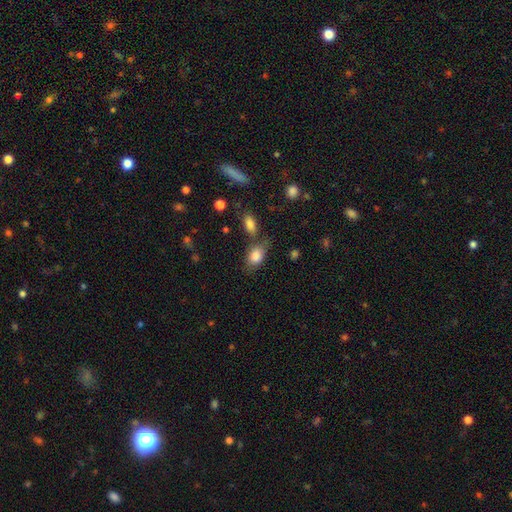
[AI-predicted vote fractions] This appears to be a smooth galaxy with no disk features (84%) that is in between round and cigar-shaped (82%). Merging: none (60%).